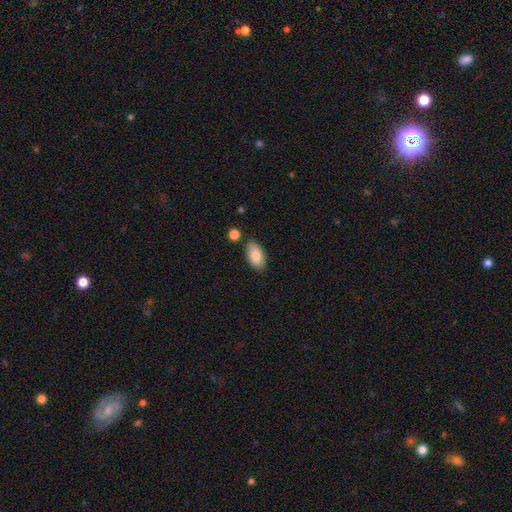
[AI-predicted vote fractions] A smooth galaxy with no disk features (85%) that is in between round and cigar-shaped (94%).

Vote fractions:
- Smooth or featured? smooth: 85% / featured or disk: 9% / star or artifact: 6%
- How rounded? in between: 94% / round: 3% / cigar-shaped: 3%
- Merging? none: 79% / minor disturbance: 14% / merger: 5% / major disturbance: 3%